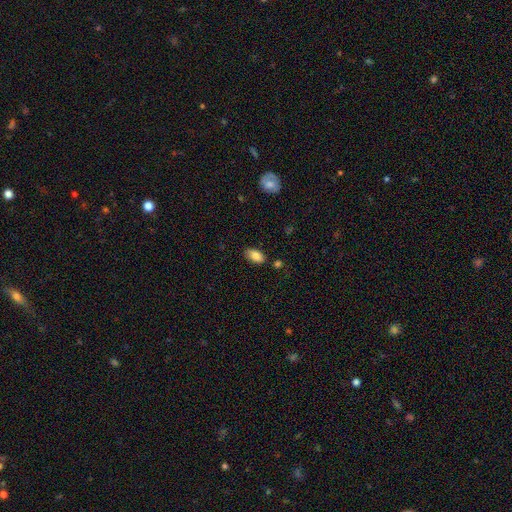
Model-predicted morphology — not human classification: smooth 85%, star or artifact 7%, featured or disk 7%. Down the decision tree: how rounded — in between (93%); merging — none (81%).